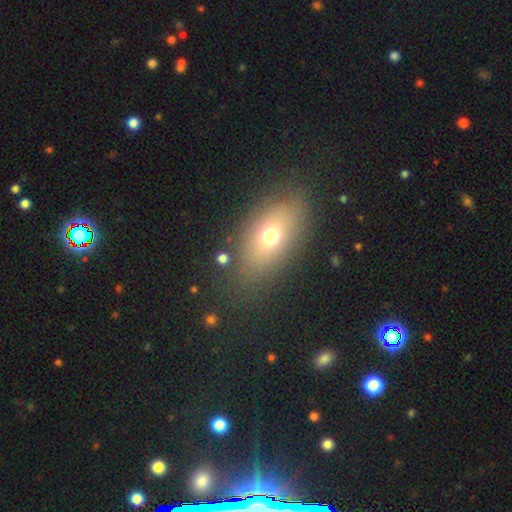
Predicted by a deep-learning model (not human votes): Smooth or featured: smooth — 67% (featured or disk — 21%)
How rounded: in between — 82% (round — 10%)
Merging: none — 82% (minor disturbance — 11%)